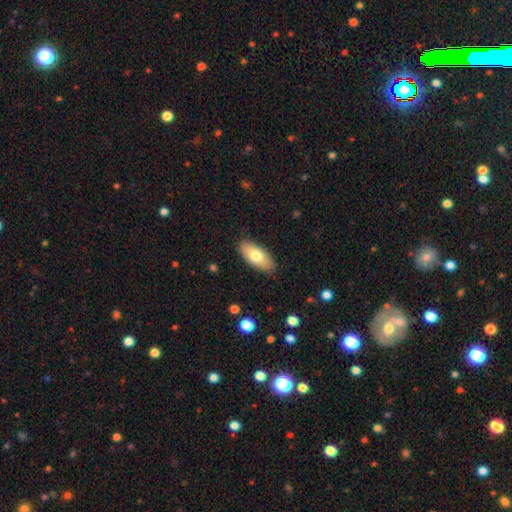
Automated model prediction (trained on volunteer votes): Morphology: type=smooth (73%); roundness=in between (88%); merging=none (86%).